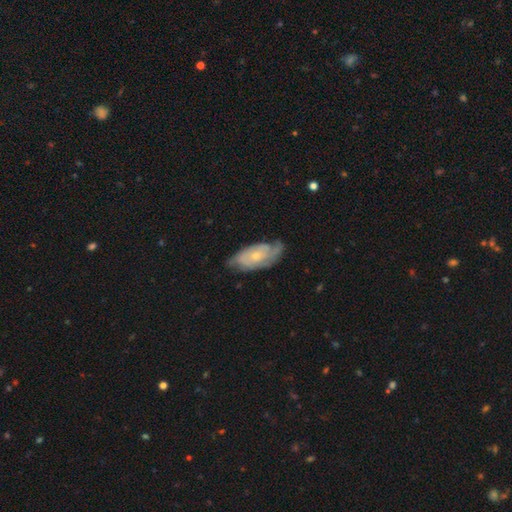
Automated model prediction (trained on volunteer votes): A featured or disk galaxy (67%) with no bar (78%), can't tell (39%, tied with 2) tight (54%) spiral arms (83%) and a small central bulge (58%).

Vote fractions:
- Smooth or featured? featured or disk: 67% / smooth: 27% / star or artifact: 6%
- Edge-on disk? no: 91% / yes: 9%
- Bar? no: 78% / weak: 19% / strong: 3%
- Spiral arms? yes: 83% / no: 17%
- Spiral winding? tight: 54% / medium: 33% / loose: 13%
- Spiral arm count? can't tell: 39% (tied) / 2: 39% (tied) / 3: 10% / 1: 7% / 4: 3% / more than 4: 2%
- Bulge size? small: 58% / moderate: 37% / none: 2% / large: 2% / dominant: 1%
- Merging? none: 61% / minor disturbance: 28% / major disturbance: 9% / merger: 2%